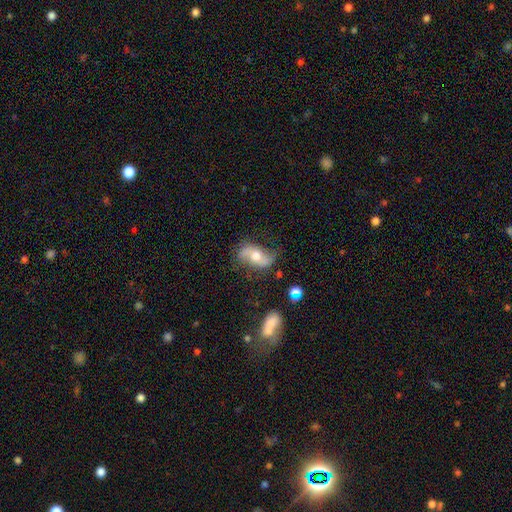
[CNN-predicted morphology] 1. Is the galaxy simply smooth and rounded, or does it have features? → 71% featured or disk, 22% smooth, 8% star or artifact.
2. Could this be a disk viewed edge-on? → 93% no, 7% yes.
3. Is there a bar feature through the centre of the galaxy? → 54% no, 31% weak, 15% strong.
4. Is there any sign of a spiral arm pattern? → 89% yes, 11% no.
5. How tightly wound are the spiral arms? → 76% loose, 18% medium, 6% tight.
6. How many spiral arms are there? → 91% 2, 4% can't tell, 3% 1, 1% 3, 1% 4, 1% more than 4.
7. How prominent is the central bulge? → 70% moderate, 18% small, 9% large, 2% none, 1% dominant.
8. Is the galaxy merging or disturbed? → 67% none, 21% minor disturbance, 9% major disturbance, 3% merger.